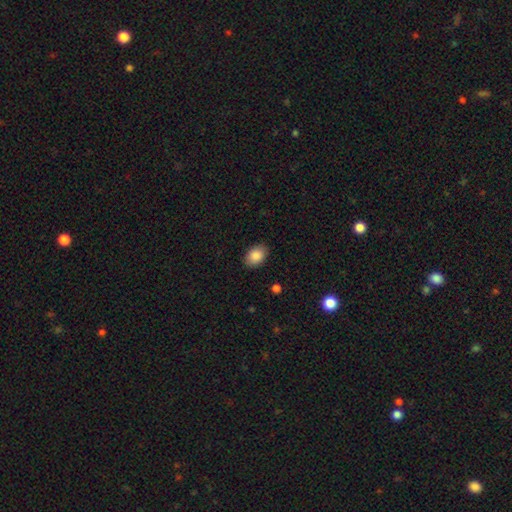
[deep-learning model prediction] This appears to be a smooth galaxy with no disk features (88%) that is in between round and cigar-shaped (81%). Merging: none (87%).